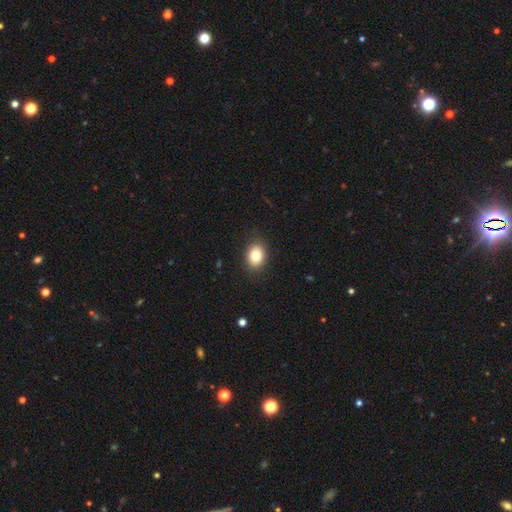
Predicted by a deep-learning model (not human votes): smooth 81%, featured or disk 9%, star or artifact 9%. Down the decision tree: how rounded — in between (63%); merging — none (87%).